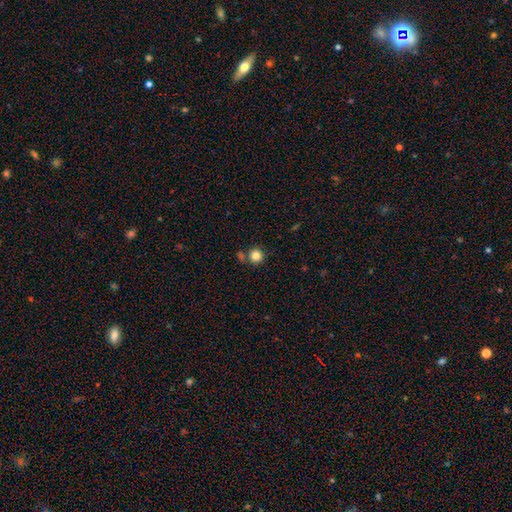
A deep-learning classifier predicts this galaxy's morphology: Q: Smooth or featured?
A: smooth (84%); runner-up: star or artifact (11%)
Q: How rounded?
A: round (94%); runner-up: in between (5%)
Q: Merging?
A: none (75%); runner-up: merger (13%)